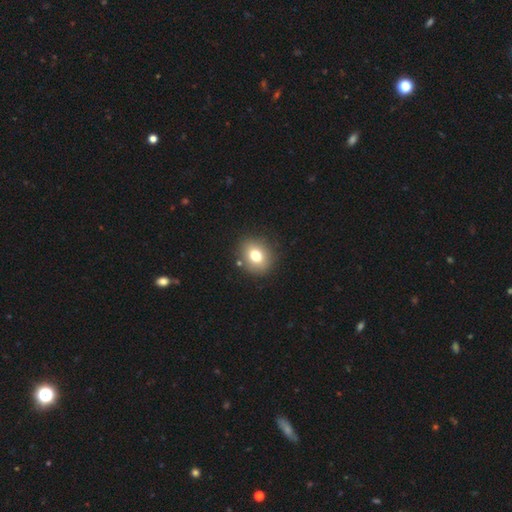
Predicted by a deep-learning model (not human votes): Smooth or featured? smooth (74%)
How rounded? round (64%)
Merging? none (87%)